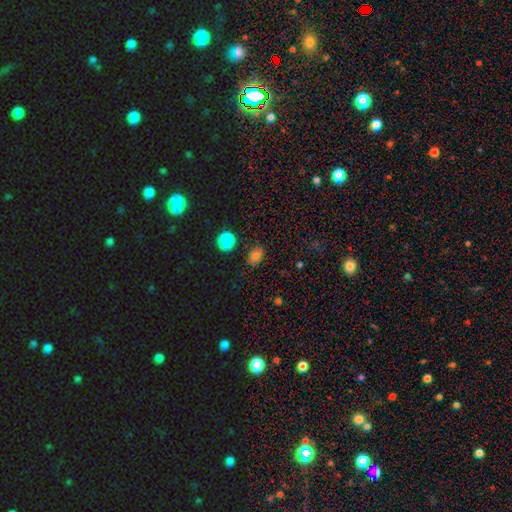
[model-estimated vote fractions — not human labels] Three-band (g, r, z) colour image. It shows a smooth galaxy with no disk features (75%) that is in between round and cigar-shaped (69%). Merging: none (83%).